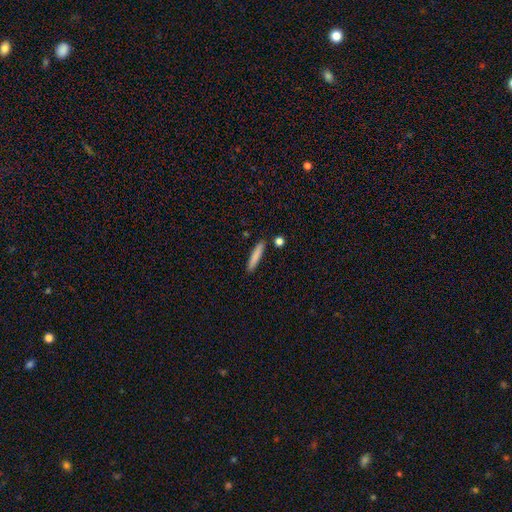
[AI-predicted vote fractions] This appears to be a smooth galaxy with no disk features (82%) that is cigar-shaped (92%). Merging: none (87%).